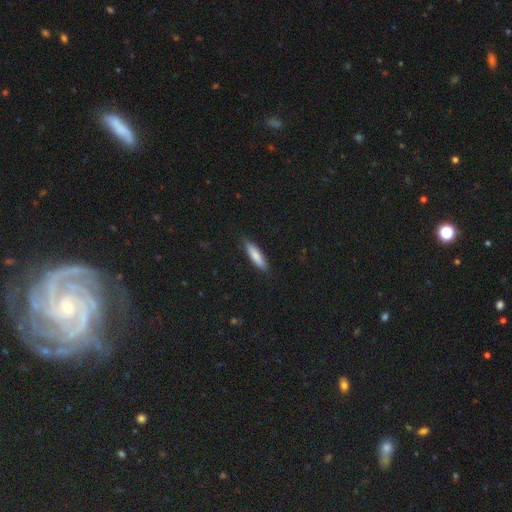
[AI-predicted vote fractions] smooth_or_featured: smooth (p=0.79) [alt: featured or disk p=0.15]
how_rounded: cigar-shaped (p=0.65) [alt: in between p=0.34]
merging: none (p=0.84) [alt: minor disturbance p=0.13]